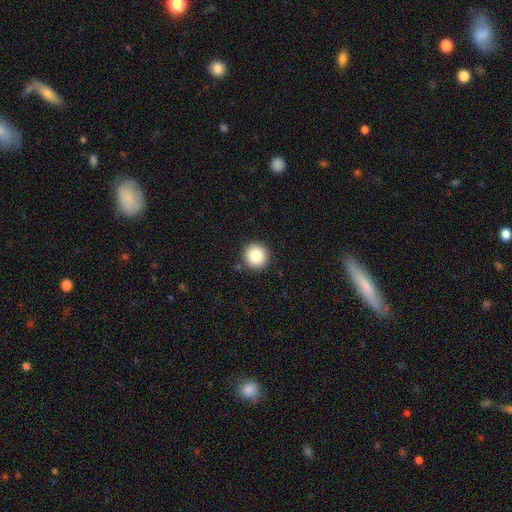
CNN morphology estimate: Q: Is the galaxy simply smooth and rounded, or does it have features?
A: smooth — 84%.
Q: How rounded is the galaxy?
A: round — 95%.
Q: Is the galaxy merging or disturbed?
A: none — 90%.